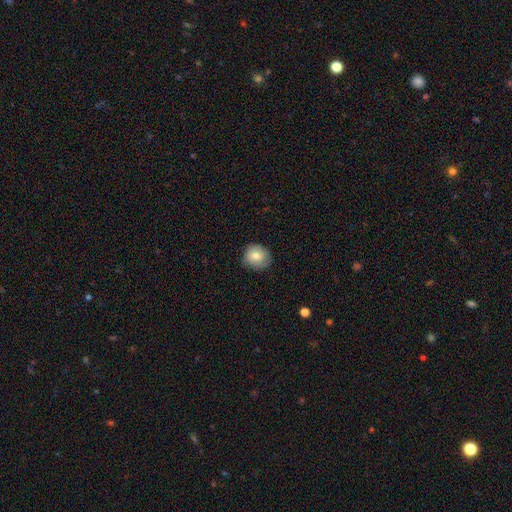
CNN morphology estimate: smooth_or_featured: smooth (p=0.78) [alt: featured or disk p=0.14]
how_rounded: round (p=0.85) [alt: in between p=0.14]
merging: none (p=0.77) [alt: minor disturbance p=0.19]